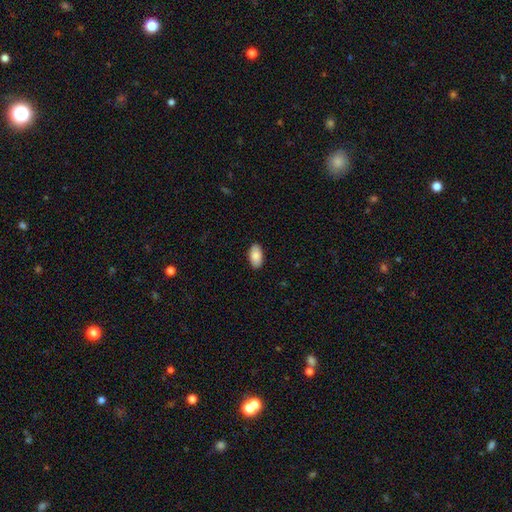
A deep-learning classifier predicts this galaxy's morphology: This is clearly a smooth galaxy (87%). How rounded: clearly in between (95%). Merging: clearly none (89%).